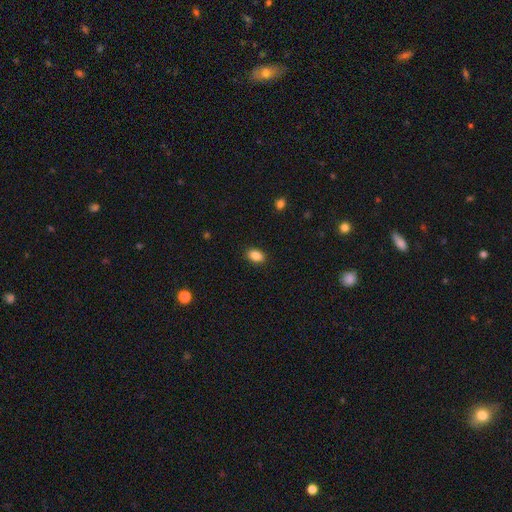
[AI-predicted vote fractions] Smooth or featured? smooth (86%)
How rounded? in between (82%)
Merging? none (89%)